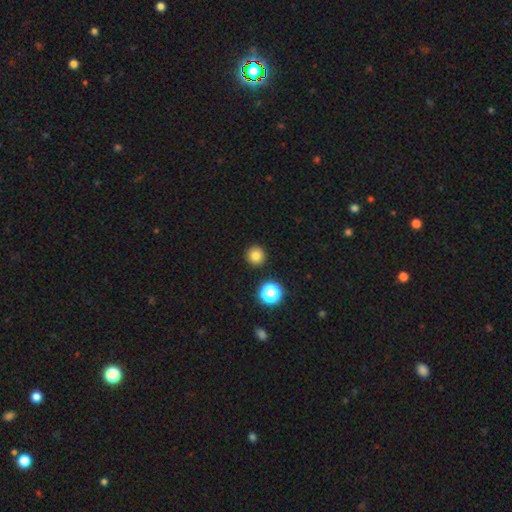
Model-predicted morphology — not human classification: Overall: smooth (80%). How rounded: round (95%). Merging: none (92%).